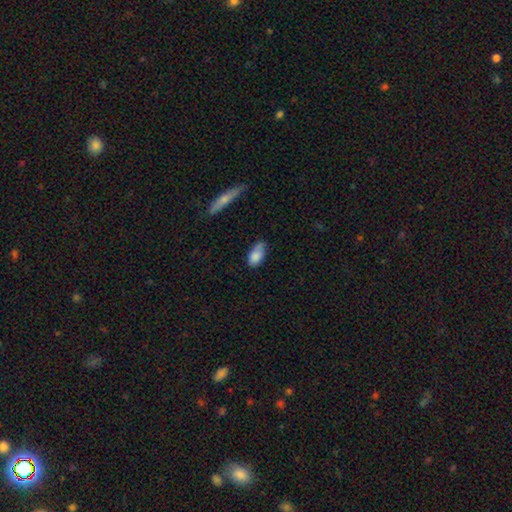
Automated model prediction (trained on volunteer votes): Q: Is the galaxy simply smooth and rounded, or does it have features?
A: smooth — 82%.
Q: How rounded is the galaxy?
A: in between — 90%.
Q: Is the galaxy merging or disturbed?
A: none — 47%.